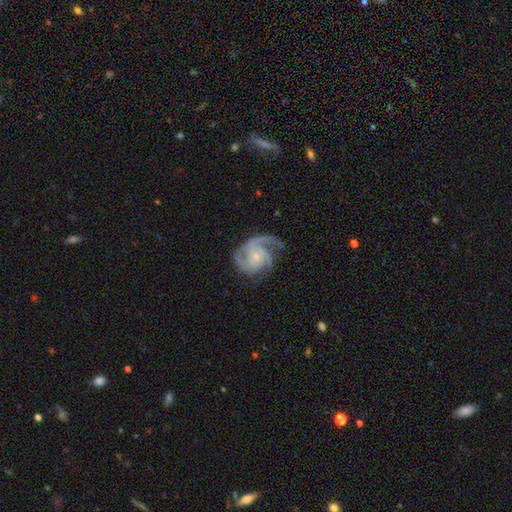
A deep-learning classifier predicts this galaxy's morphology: Q: Smooth or featured?
A: featured or disk (90%); runner-up: smooth (5%)
Q: Edge-on disk?
A: no (98%); runner-up: yes (2%)
Q: Bar?
A: no (73%); runner-up: weak (22%)
Q: Spiral arms?
A: yes (98%); runner-up: no (2%)
Q: Spiral winding?
A: medium (47%); runner-up: tight (43%)
Q: Spiral arm count?
A: 3 (64%); runner-up: 2 (11%)
Q: Bulge size?
A: small (76%); runner-up: moderate (17%)
Q: Merging?
A: none (68%); runner-up: minor disturbance (19%)